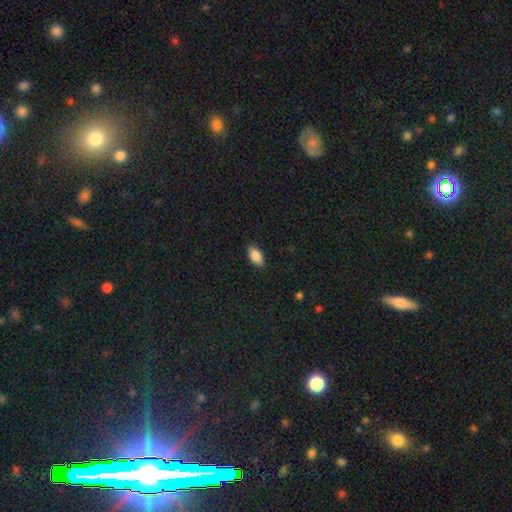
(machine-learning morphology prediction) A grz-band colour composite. It shows a smooth galaxy with no disk features (86%) that is in between round and cigar-shaped (92%). Merging: none (87%).